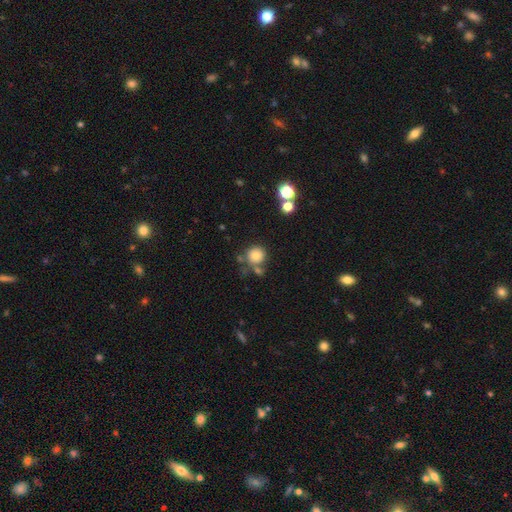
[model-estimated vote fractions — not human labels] Morphology: type=smooth (80%); roundness=round (92%); merging=none (64%).